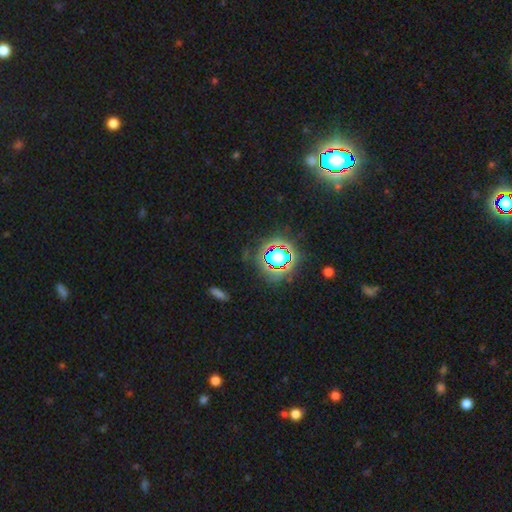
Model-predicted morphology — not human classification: Overall: star or artifact (81%).